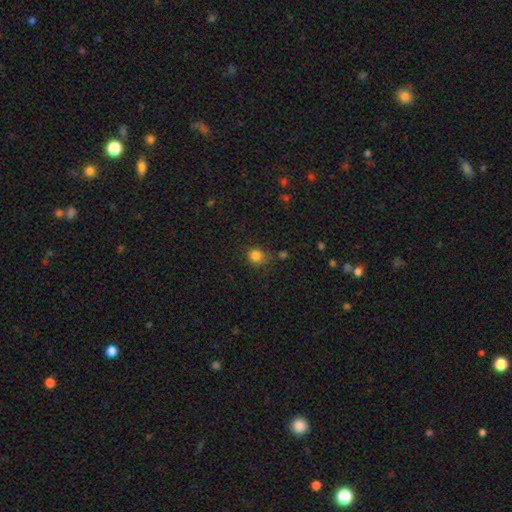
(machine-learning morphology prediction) Smooth or featured? smooth (82%)
How rounded? round (79%)
Merging? none (71%)